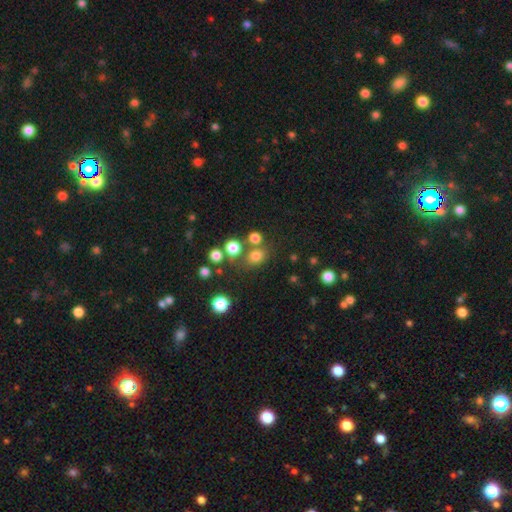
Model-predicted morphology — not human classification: Smooth or featured? Predicted: smooth (p=0.75). How rounded? Predicted: round (p=0.68). Merging? Predicted: none (p=0.66).